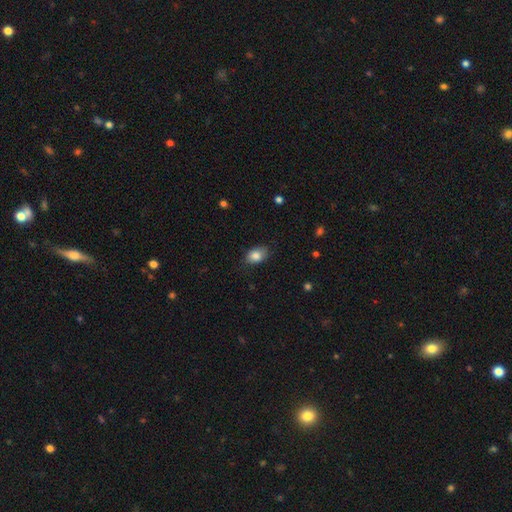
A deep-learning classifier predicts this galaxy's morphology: This is clearly a smooth galaxy (85%). How rounded: clearly in between (82%). Merging: likely none (78%).